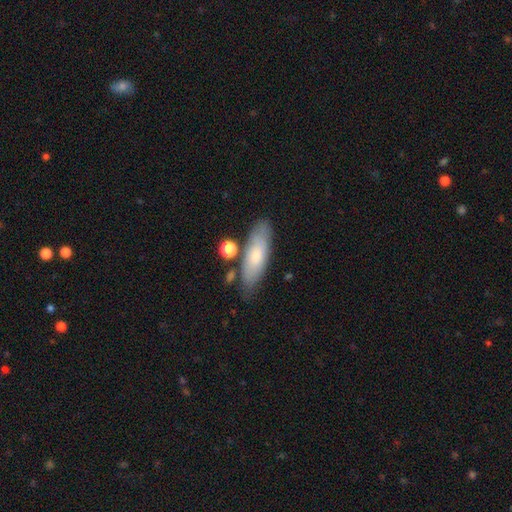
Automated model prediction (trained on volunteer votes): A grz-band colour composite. It shows a smooth galaxy with no disk features (66%) that is in between round and cigar-shaped (55%). Merging: none (72%).